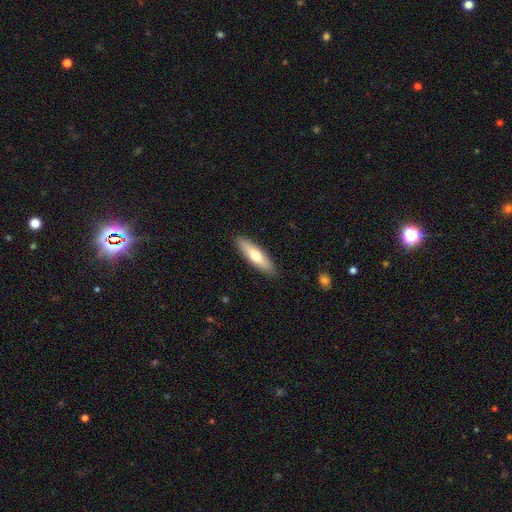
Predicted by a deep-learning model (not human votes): smooth_or_featured: smooth (p=0.64) [alt: featured or disk p=0.30]
how_rounded: cigar-shaped (p=0.60) [alt: in between p=0.38]
merging: none (p=0.89) [alt: minor disturbance p=0.09]